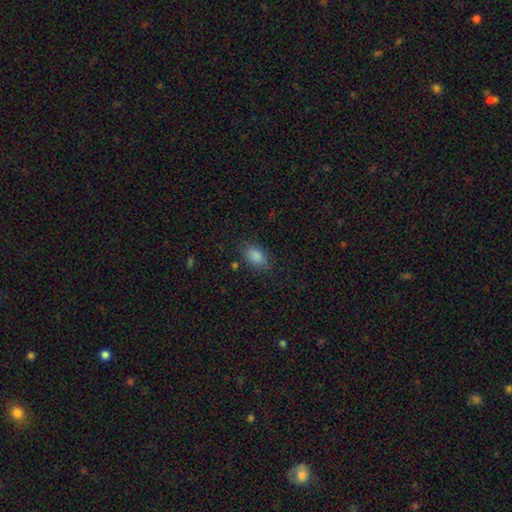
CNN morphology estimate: This appears to be a smooth galaxy with no disk features (85%) that is in between round and cigar-shaped (86%). Merging: none (78%).